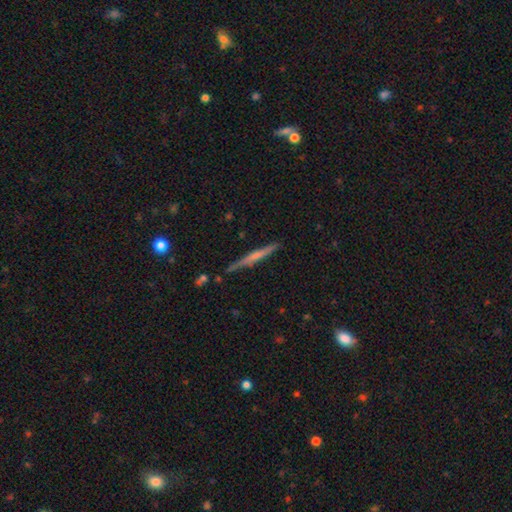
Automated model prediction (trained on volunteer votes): Q: Smooth or featured?
A: featured or disk (62%); runner-up: smooth (31%)
Q: Edge-on disk?
A: yes (97%); runner-up: no (3%)
Q: Edge-on bulge?
A: rounded (50%); runner-up: none (40%)
Q: Merging?
A: none (87%); runner-up: minor disturbance (10%)